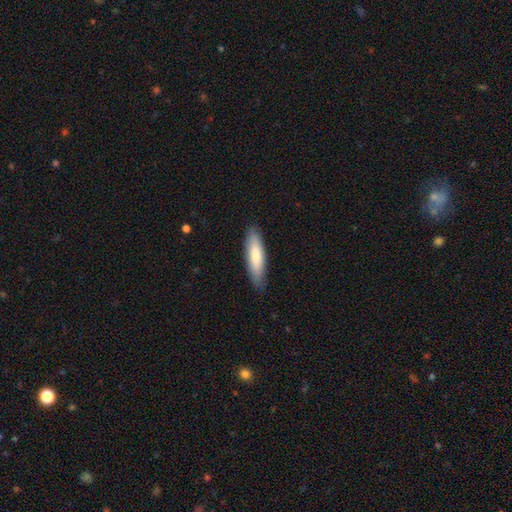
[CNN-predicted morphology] Smooth or featured? Predicted: smooth (p=0.77). How rounded? Predicted: cigar-shaped (p=0.64). Merging? Predicted: none (p=0.84).